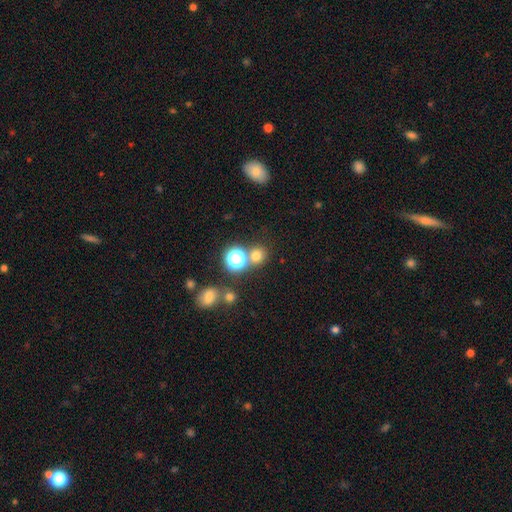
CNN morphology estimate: Smooth or featured: smooth — 69% (star or artifact — 25%)
How rounded: round — 88% (in between — 11%)
Merging: none — 72% (merger — 17%)